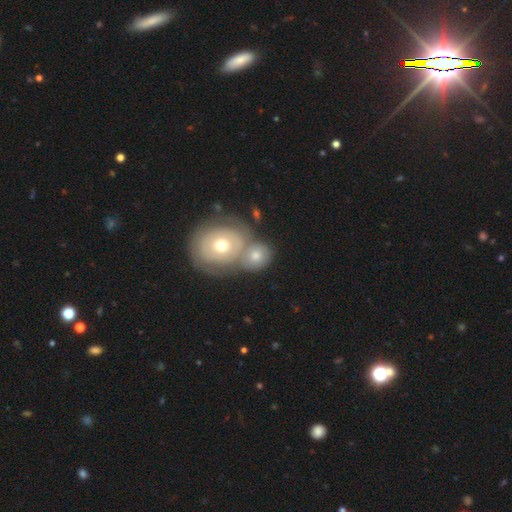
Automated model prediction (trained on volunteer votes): A smooth galaxy with no disk features (58%) that is round (70%). Merging: merger (50%).